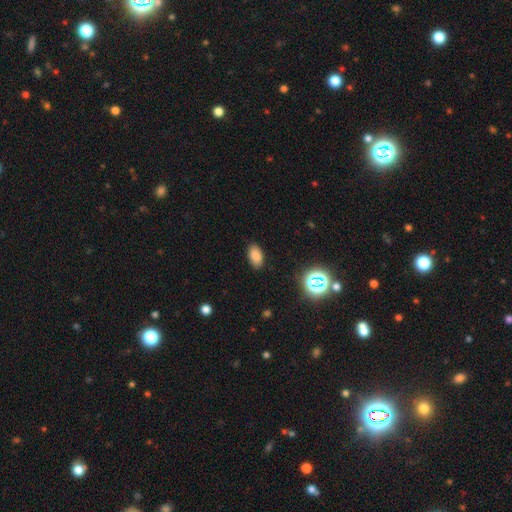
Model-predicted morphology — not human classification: Smooth or featured? Predicted: smooth (p=0.82). How rounded? Predicted: in between (p=0.92). Merging? Predicted: none (p=0.87).